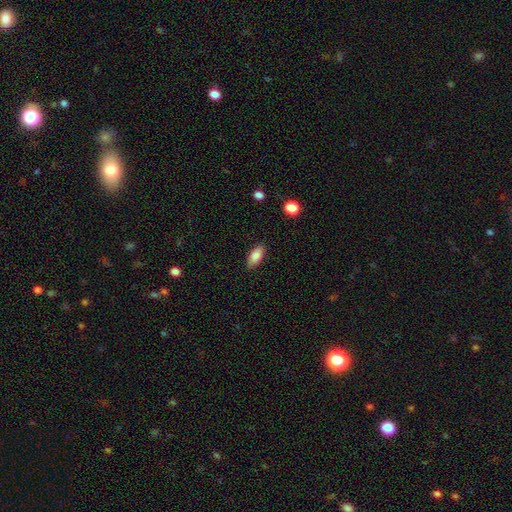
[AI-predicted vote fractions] This is clearly a smooth galaxy (86%). How rounded: clearly in between (86%). Merging: clearly none (86%).